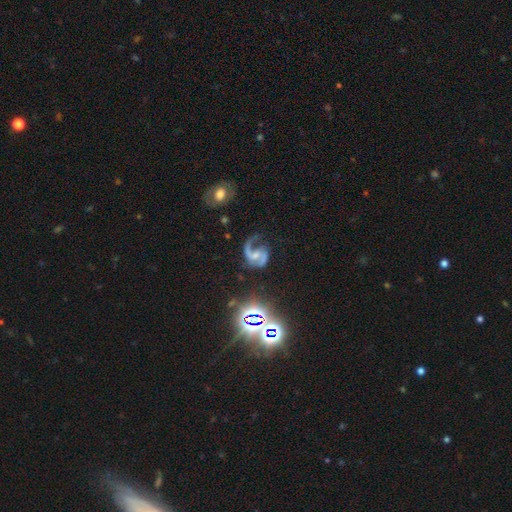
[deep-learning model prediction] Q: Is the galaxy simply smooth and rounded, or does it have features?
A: featured or disk — 86%.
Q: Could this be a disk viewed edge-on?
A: no — 98%.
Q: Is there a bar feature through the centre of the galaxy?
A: no — 44%.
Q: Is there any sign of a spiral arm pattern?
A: yes — 96%.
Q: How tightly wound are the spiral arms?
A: loose — 46%.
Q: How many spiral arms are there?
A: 2 — 74%.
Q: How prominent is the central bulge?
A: small — 45%.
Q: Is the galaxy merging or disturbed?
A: none — 53%.